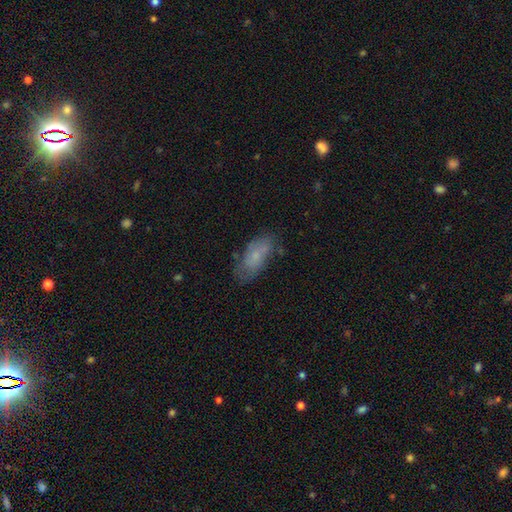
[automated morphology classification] Smooth or featured? smooth (65%)
How rounded? in between (84%)
Merging? none (64%)